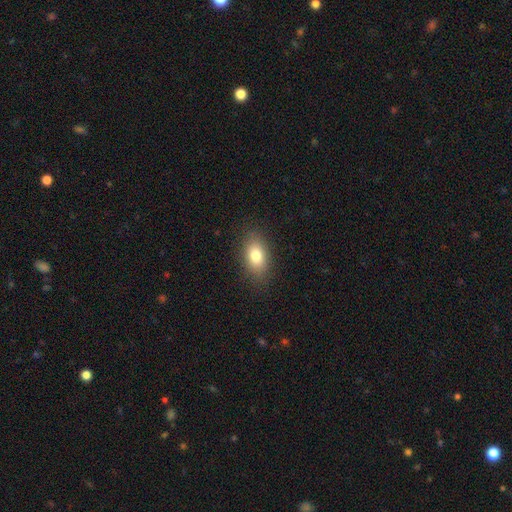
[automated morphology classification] A smooth galaxy with no disk features (79%) that is in between round and cigar-shaped (86%). Merging: none (86%).